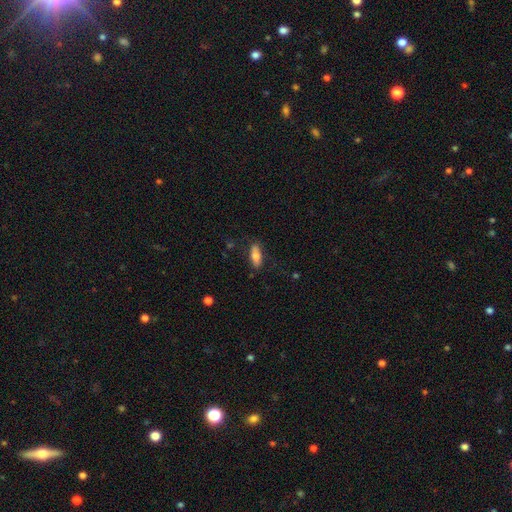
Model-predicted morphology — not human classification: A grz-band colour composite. It shows a smooth galaxy with no disk features (74%) that is in between round and cigar-shaped (65%). Merging: none (80%).